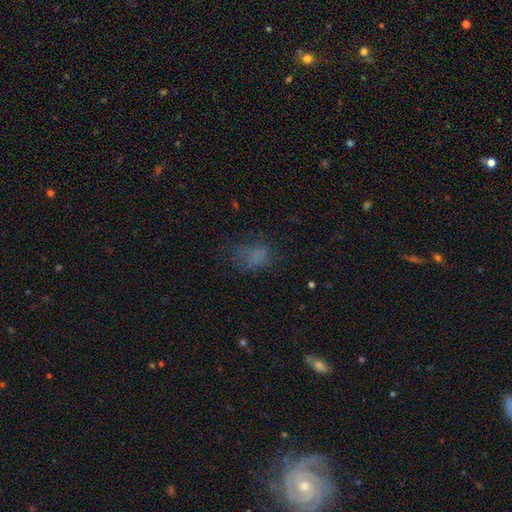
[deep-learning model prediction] This appears to be a smooth galaxy with no disk features (62%) that is in between round and cigar-shaped (69%). Merging: none (50%).